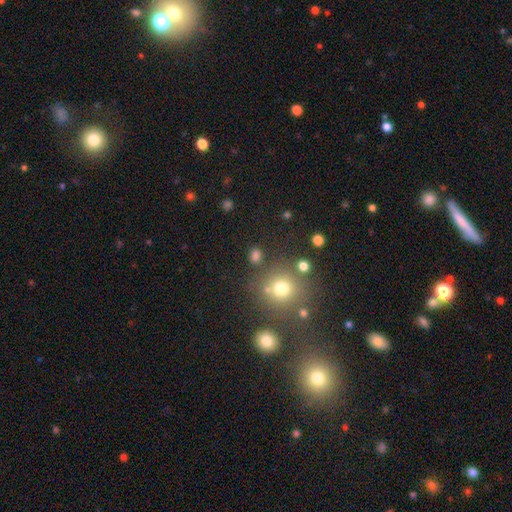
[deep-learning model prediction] This appears to be a smooth galaxy with no disk features (74%) that is round (66%). Merging: none (79%).